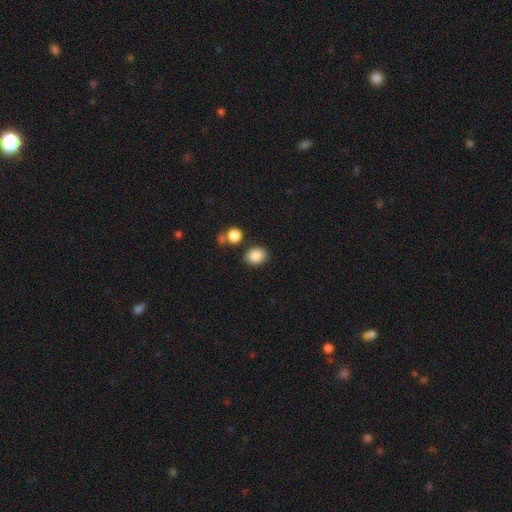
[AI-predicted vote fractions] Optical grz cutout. It shows a smooth galaxy with no disk features (87%) that is round (52%). Merging: none (81%).